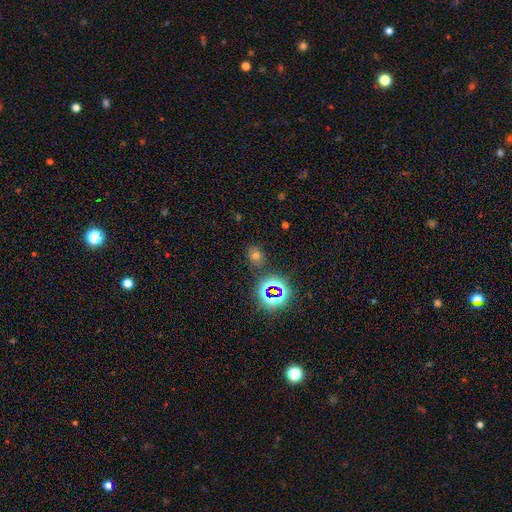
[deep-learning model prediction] smooth-or-featured: smooth: 55% | star or artifact: 35% | featured or disk: 9%
  how-rounded: round: 61% | in between: 38% | cigar-shaped: 1%
  merging: none: 83% | minor disturbance: 10% | major disturbance: 4% | merger: 3%